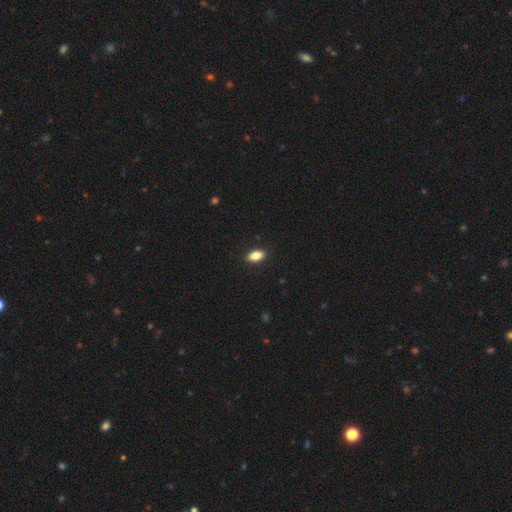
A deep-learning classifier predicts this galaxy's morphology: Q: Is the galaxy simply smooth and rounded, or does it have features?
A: smooth — 85%.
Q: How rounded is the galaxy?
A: in between — 89%.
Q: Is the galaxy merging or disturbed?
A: none — 89%.